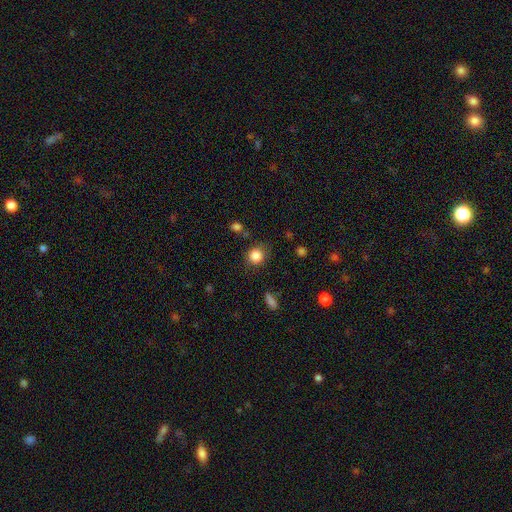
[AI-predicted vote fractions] The model was most divided on "merging": none: 79%, minor disturbance: 13%, major disturbance: 4%, merger: 3%. More confident: how rounded — round (86%); smooth or featured — smooth (85%).